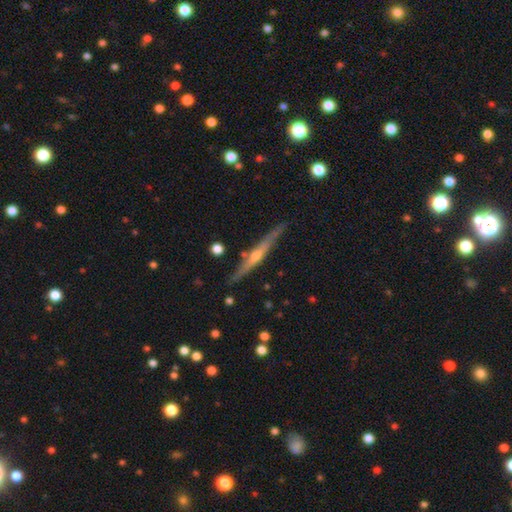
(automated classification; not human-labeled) This appears to be a featured or disk galaxy (73%) viewed edge-on (97%) with a rounded central bulge (78%). Merging: none (84%).